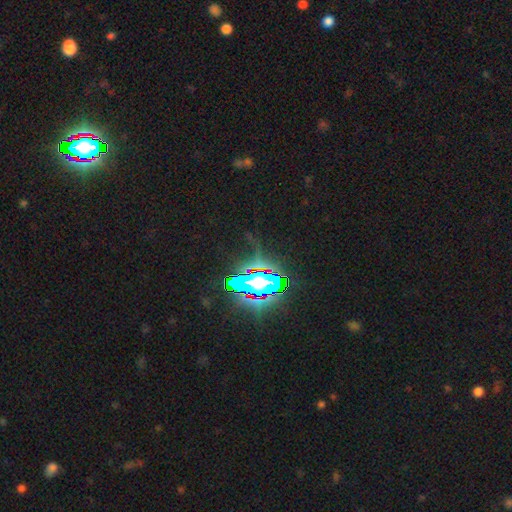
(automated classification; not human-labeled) The model was most divided on "smooth or featured": star or artifact: 75%, featured or disk: 13%, smooth: 11%.